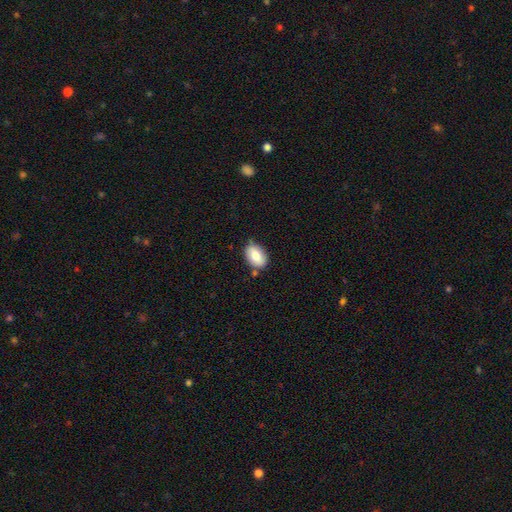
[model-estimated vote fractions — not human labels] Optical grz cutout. It shows a smooth galaxy with no disk features (79%) that is in between round and cigar-shaped (85%). Merging: none (73%).